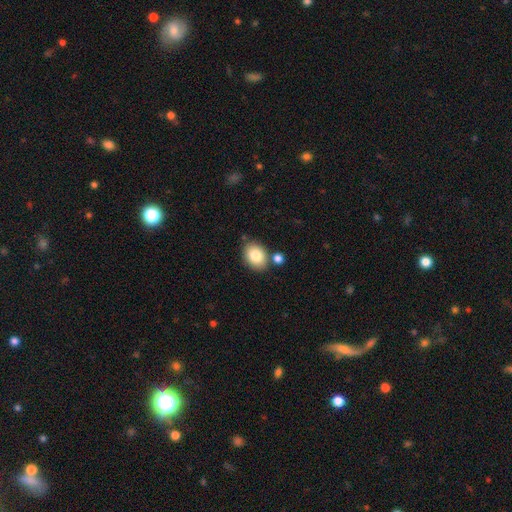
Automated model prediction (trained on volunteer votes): Smooth or featured? smooth (82%)
How rounded? in between (67%)
Merging? none (75%)